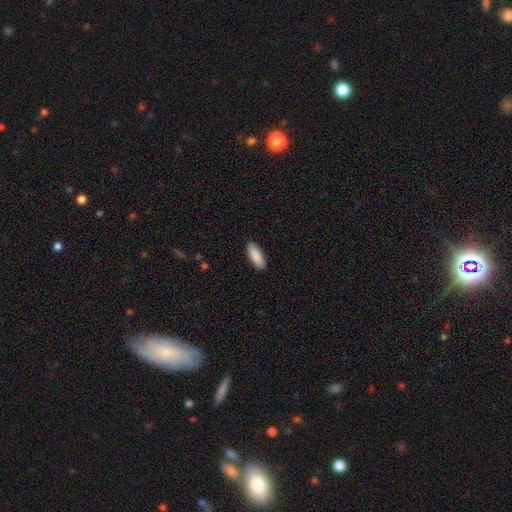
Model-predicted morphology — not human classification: A smooth galaxy with no disk features (91%) that is in between round and cigar-shaped (77%).

Vote fractions:
- Smooth or featured? smooth: 91% / star or artifact: 6% / featured or disk: 4%
- How rounded? in between: 77% / cigar-shaped: 21% / round: 2%
- Merging? none: 90% / minor disturbance: 7% / major disturbance: 2% / merger: 1%